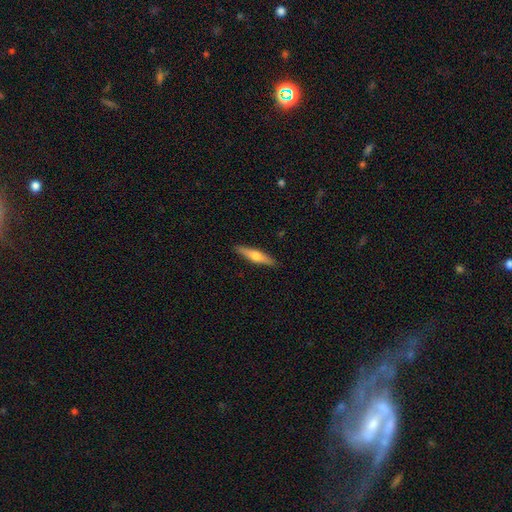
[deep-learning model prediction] Smooth or featured: smooth — 48% (featured or disk — 47%)
Merging: none — 90% (minor disturbance — 7%)